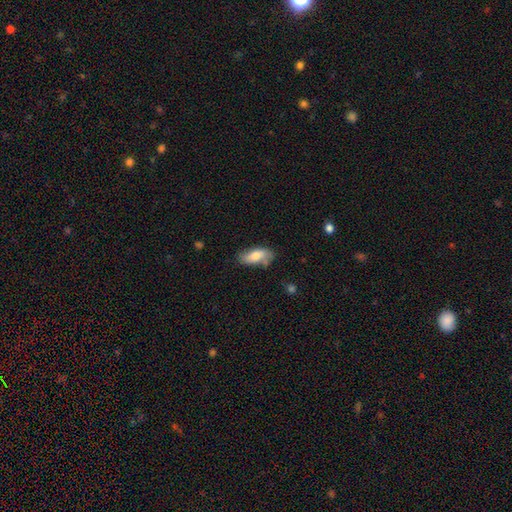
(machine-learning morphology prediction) Overall: smooth (72%). How rounded: in between (84%). Merging: none (64%; minor disturbance 25%).